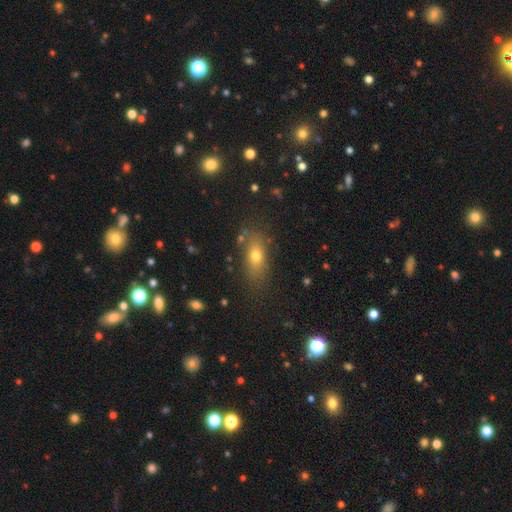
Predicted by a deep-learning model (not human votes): This appears to be a smooth galaxy with no disk features (68%) that is in between round and cigar-shaped (71%). Merging: none (76%).